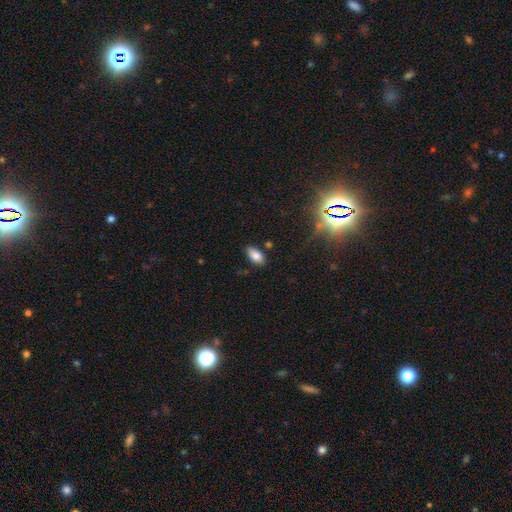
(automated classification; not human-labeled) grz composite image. It shows a smooth galaxy with no disk features (83%) that is in between round and cigar-shaped (92%). Merging: none (82%).